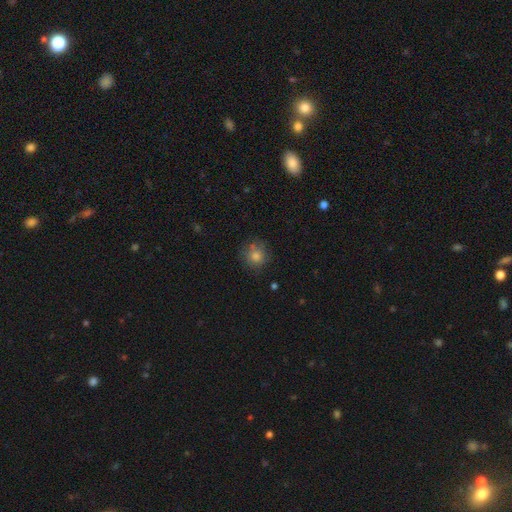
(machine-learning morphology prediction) This is likely a smooth galaxy (78%). How rounded: clearly round (91%). Merging: likely none (78%).